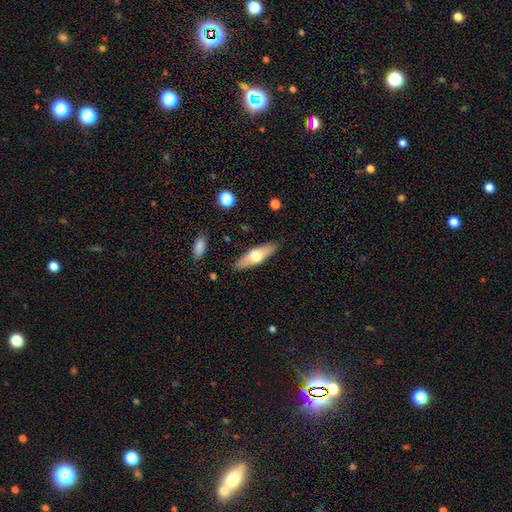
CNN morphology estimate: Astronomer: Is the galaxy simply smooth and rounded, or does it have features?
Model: smooth — 57% (runner-up: featured or disk, 38%).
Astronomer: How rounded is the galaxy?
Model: in between — 50% (runner-up: cigar-shaped, 48%).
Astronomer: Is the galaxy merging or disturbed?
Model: none — 87%.